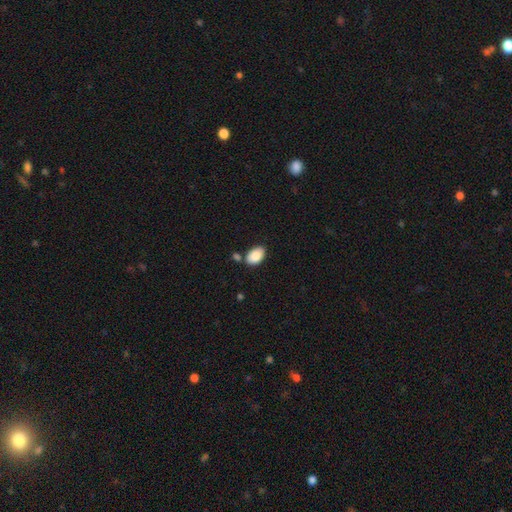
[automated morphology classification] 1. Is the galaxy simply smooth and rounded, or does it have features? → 87% smooth, 7% star or artifact, 6% featured or disk.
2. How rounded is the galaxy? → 91% in between, 8% round, 1% cigar-shaped.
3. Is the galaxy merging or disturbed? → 73% none, 14% minor disturbance, 10% merger, 3% major disturbance.